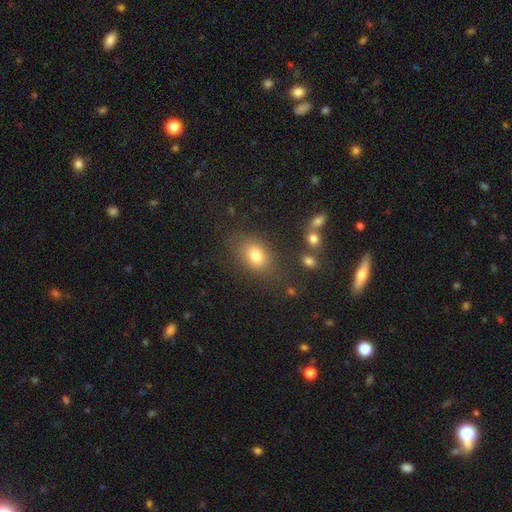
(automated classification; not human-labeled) This is likely a smooth galaxy (78%). How rounded: likely in between (72%). Merging: likely none (77%).